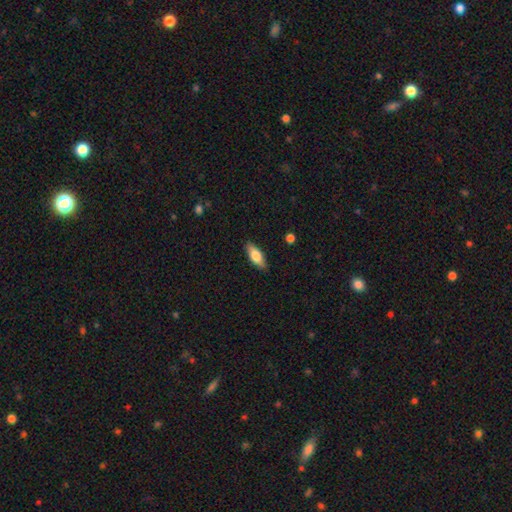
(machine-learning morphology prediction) Overall: smooth (71%). How rounded: in between (73%). Merging: none (88%).